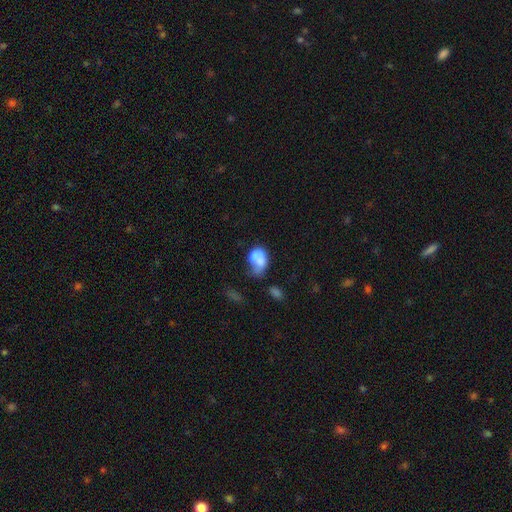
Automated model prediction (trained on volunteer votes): Morphology: type=smooth (66%); roundness=in between (75%); merging=merger (29%, tied with major disturbance).